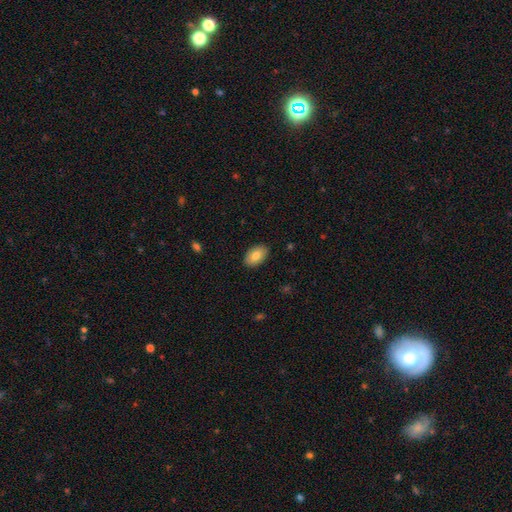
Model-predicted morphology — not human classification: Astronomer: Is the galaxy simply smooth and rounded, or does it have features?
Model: smooth — 80%.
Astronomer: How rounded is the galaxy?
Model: in between — 91%.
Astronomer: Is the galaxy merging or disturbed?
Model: none — 88%.